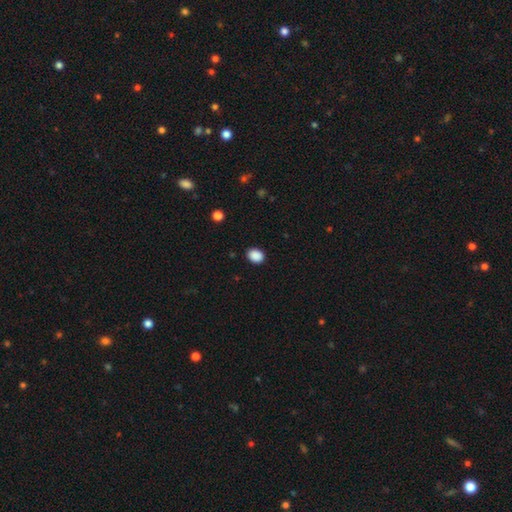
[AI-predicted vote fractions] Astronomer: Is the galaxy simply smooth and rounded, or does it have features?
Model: smooth — 89%.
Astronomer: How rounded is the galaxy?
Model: in between — 56% (runner-up: round, 43%).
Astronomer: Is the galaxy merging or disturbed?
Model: none — 89%.